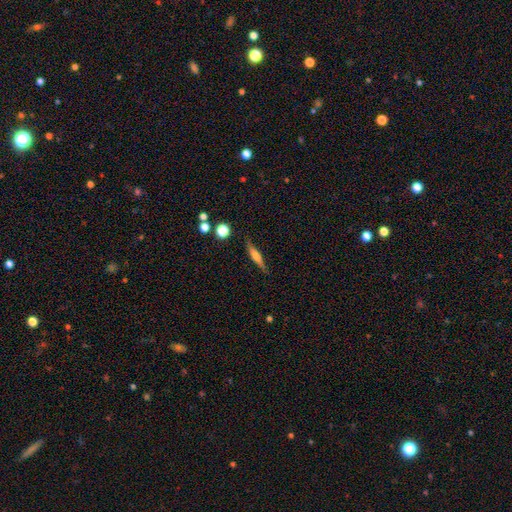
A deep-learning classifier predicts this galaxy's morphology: type=featured or disk (49%); merging=none (83%).